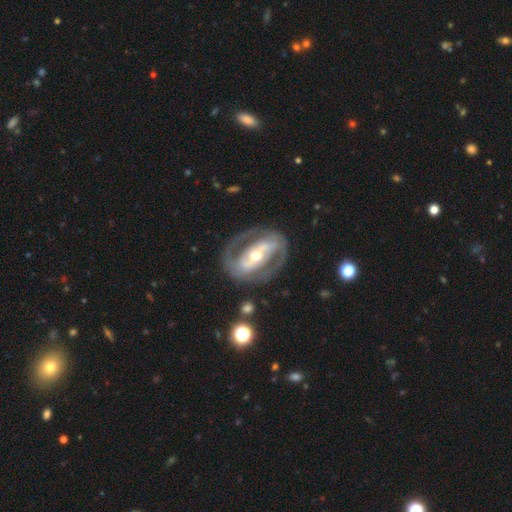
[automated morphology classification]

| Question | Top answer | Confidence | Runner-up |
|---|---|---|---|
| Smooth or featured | featured or disk | 83% | smooth (12%) |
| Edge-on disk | no | 94% | yes (6%) |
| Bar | strong | 57% | weak (23%) |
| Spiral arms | yes | 72% | no (28%) |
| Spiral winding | medium | 44% | tight (38%) |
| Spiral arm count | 2 | 84% | can't tell (8%) |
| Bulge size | moderate | 67% | small (23%) |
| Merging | none | 77% | minor disturbance (13%) |